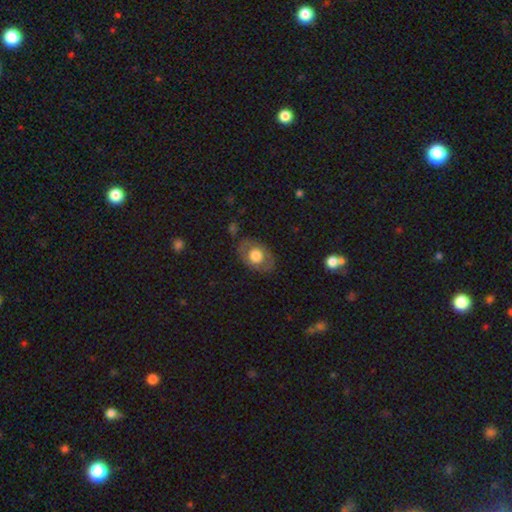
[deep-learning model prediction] The model was most divided on "smooth or featured": smooth: 59%, featured or disk: 34%, star or artifact: 7%. More confident: merging — none (79%); how rounded — in between (75%).